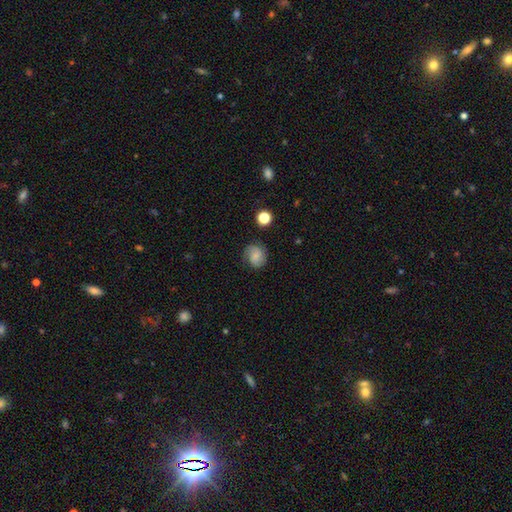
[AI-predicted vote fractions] This is possibly a smooth galaxy (55%). How rounded: likely round (73%). Merging: likely none (74%).